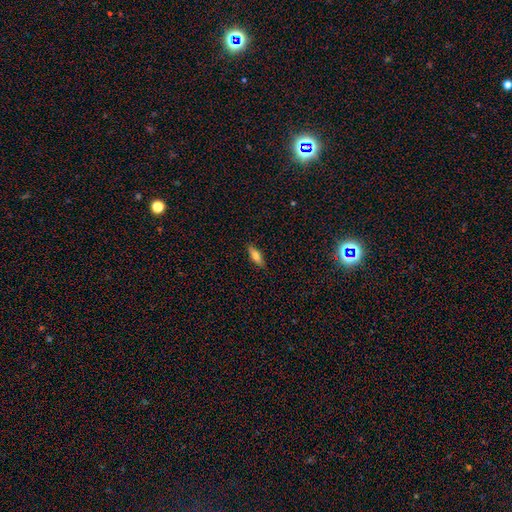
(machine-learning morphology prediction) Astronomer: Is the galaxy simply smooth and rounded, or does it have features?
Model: smooth — 72%.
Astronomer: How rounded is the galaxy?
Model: in between — 63%.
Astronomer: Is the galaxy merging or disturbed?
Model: none — 88%.